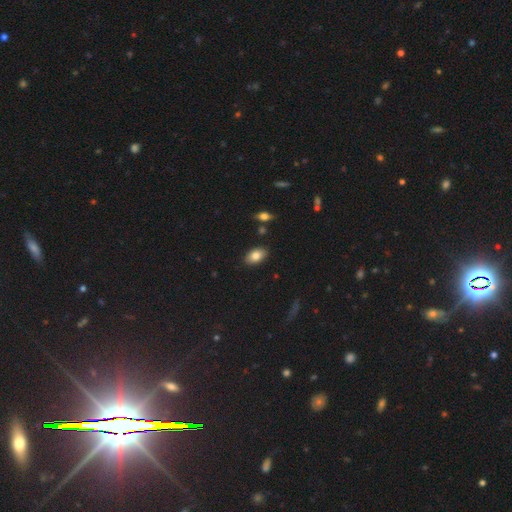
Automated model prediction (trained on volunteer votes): Smooth or featured: smooth — 82% (featured or disk — 10%)
How rounded: in between — 91% (round — 7%)
Merging: none — 87% (minor disturbance — 9%)